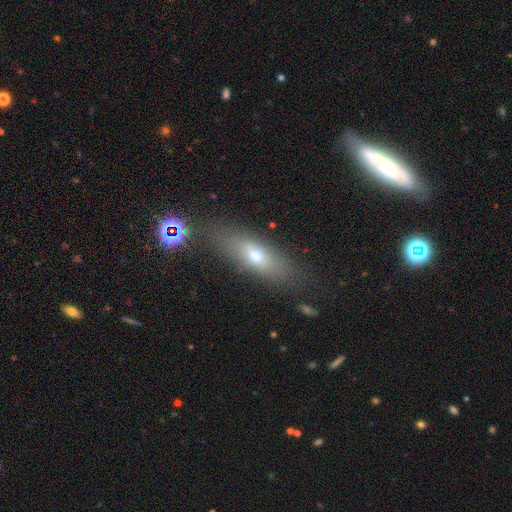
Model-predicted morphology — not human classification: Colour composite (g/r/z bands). It shows a smooth galaxy with no disk features (64%) that is in between round and cigar-shaped (60%). Merging: none (74%).